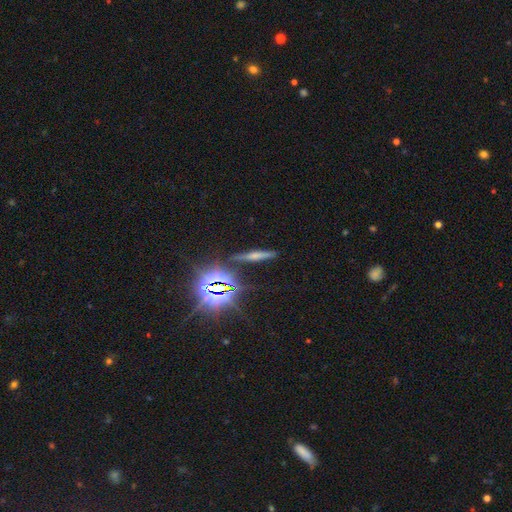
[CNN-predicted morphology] A smooth galaxy with no disk features (42%).

Vote fractions:
- Smooth or featured? smooth: 42% / featured or disk: 32% / star or artifact: 25%
- Merging? none: 83% / minor disturbance: 10% / merger: 3% / major disturbance: 3%